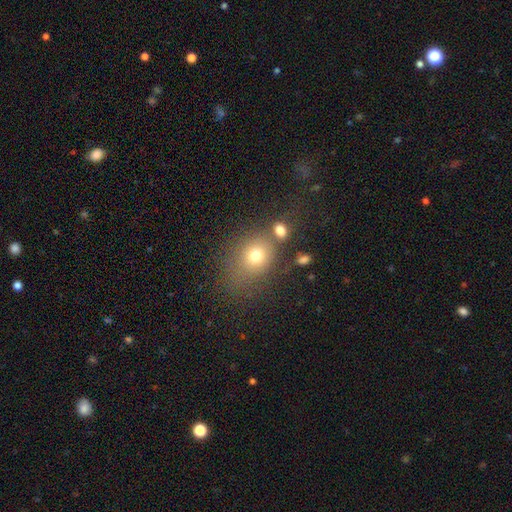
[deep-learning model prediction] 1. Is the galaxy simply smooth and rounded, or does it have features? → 73% smooth, 15% star or artifact, 12% featured or disk.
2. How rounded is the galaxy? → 57% round, 42% in between, 1% cigar-shaped.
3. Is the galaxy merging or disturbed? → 56% none, 18% merger, 16% minor disturbance, 10% major disturbance.